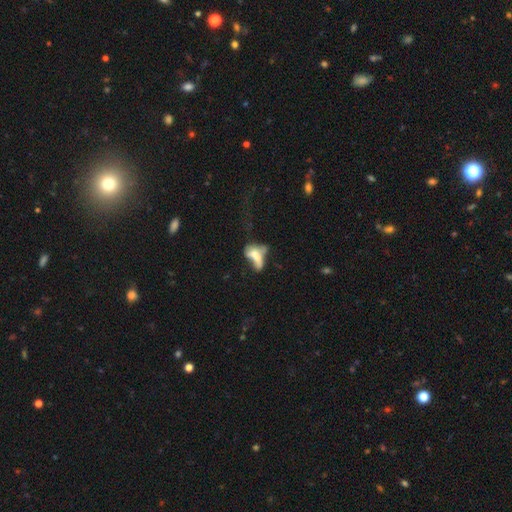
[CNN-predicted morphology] Q: Smooth or featured?
A: smooth (48%); runner-up: featured or disk (40%)
Q: Merging?
A: merger (49%); runner-up: major disturbance (25%)